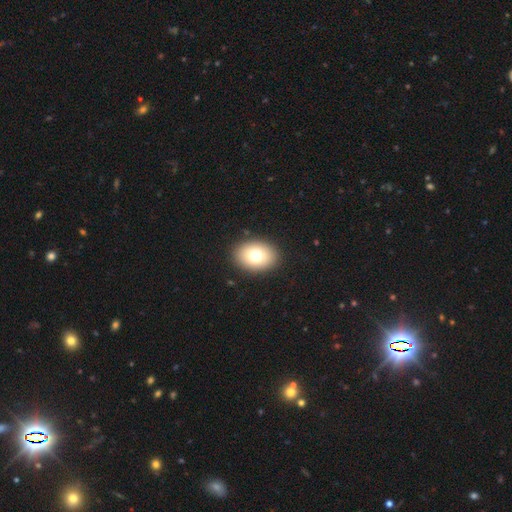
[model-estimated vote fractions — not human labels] A smooth galaxy with no disk features (75%) that is in between round and cigar-shaped (73%). Merging: none (89%).